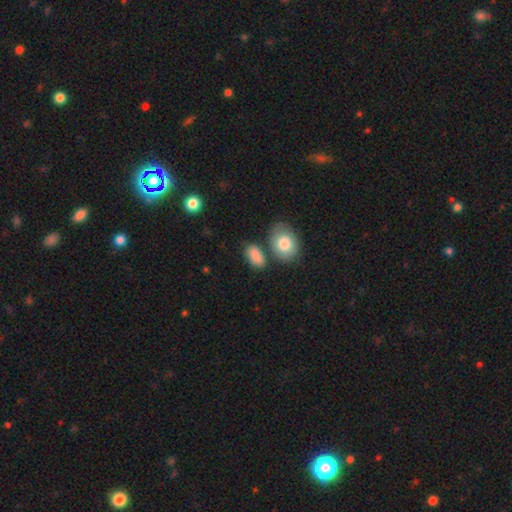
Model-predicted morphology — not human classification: Overall: smooth (85%). How rounded: in between (90%). Merging: none (65%).